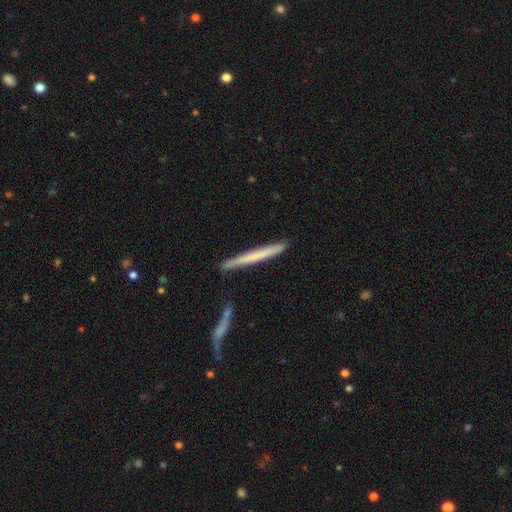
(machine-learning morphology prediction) smooth_or_featured: smooth (p=0.56) [alt: featured or disk p=0.38]
how_rounded: cigar-shaped (p=0.97) [alt: in between p=0.02]
merging: none (p=0.86) [alt: minor disturbance p=0.08]